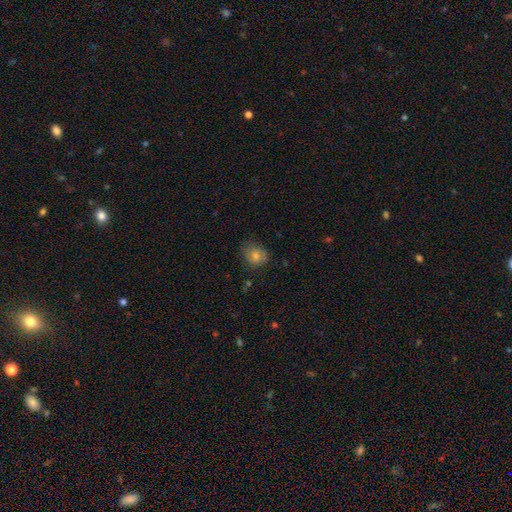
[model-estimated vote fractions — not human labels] This is likely a smooth galaxy (73%). How rounded: likely round (61%). Merging: likely none (72%).